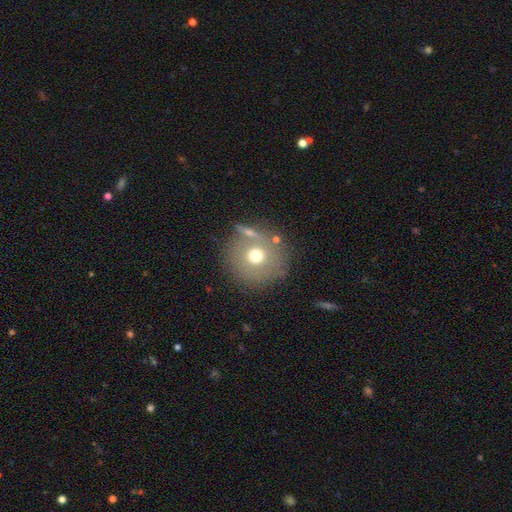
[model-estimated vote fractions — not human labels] A smooth galaxy with no disk features (63%) that is round (91%). Merging: none (73%).